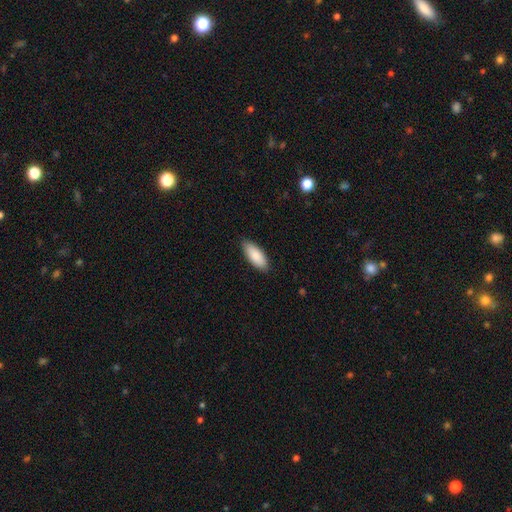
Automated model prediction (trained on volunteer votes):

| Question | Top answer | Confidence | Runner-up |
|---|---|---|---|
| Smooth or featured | smooth | 88% | featured or disk (7%) |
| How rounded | in between | 77% | cigar-shaped (21%) |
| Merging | none | 87% | minor disturbance (10%) |